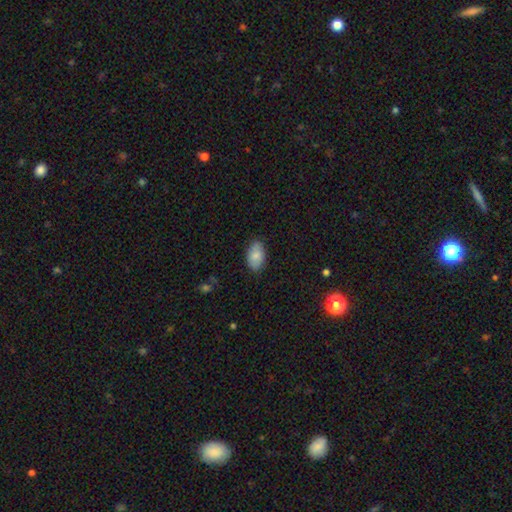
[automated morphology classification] type=smooth (83%); roundness=in between (93%); merging=none (81%).